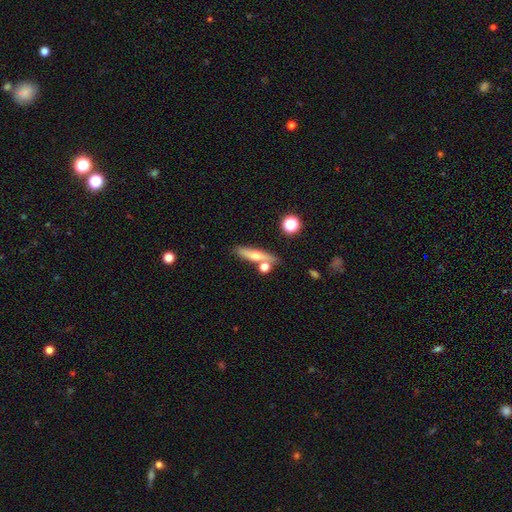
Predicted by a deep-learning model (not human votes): smooth 56%, featured or disk 35%, star or artifact 9%. Down the decision tree: how rounded — cigar-shaped (68%); merging — none (68%).